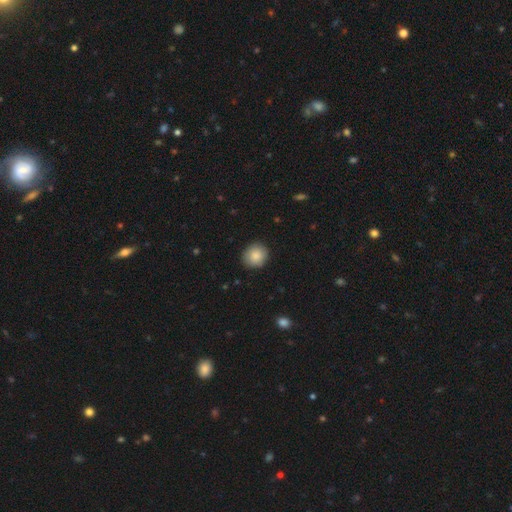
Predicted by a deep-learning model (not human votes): Smooth or featured?
  - smooth: 87% *
  - star or artifact: 7%
  - featured or disk: 5%
How rounded?
  - round: 82% *
  - in between: 17%
  - cigar-shaped: 1%
Merging?
  - none: 88% *
  - minor disturbance: 9%
  - major disturbance: 2%
  - merger: 1%